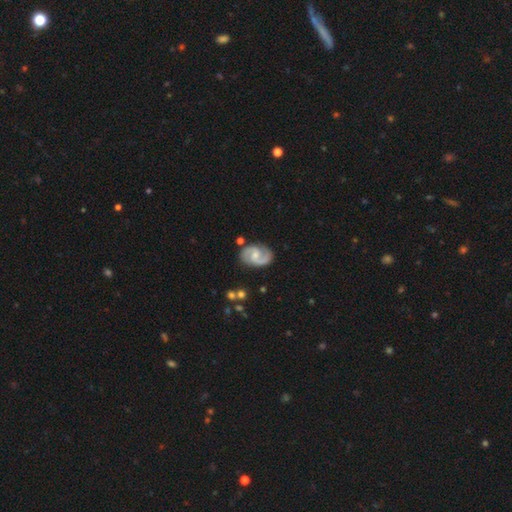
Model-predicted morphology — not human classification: Overall: featured or disk (85%). Edge-on disk: no (98%). Bar: weak (50%; no 41%). Spiral arms: yes (97%). Spiral arm count: 2 (92%). Spiral winding: medium (55%; loose 24%). Bulge size: moderate (46%; small 43%). Merging: none (80%).